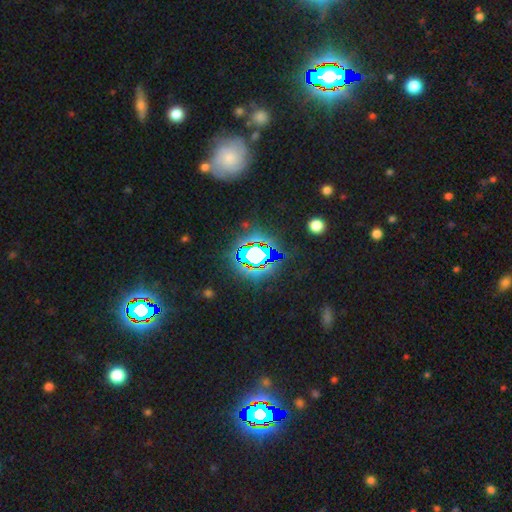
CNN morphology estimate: The model was most divided on "smooth or featured": star or artifact: 72%, smooth: 15%, featured or disk: 12%.